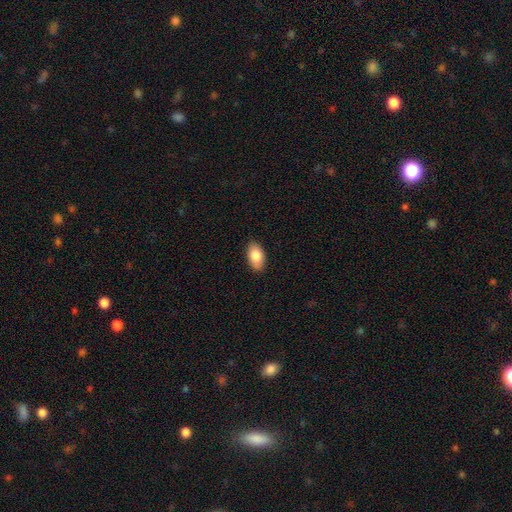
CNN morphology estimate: A smooth galaxy with no disk features (84%) that is in between round and cigar-shaped (93%). Merging: none (87%).